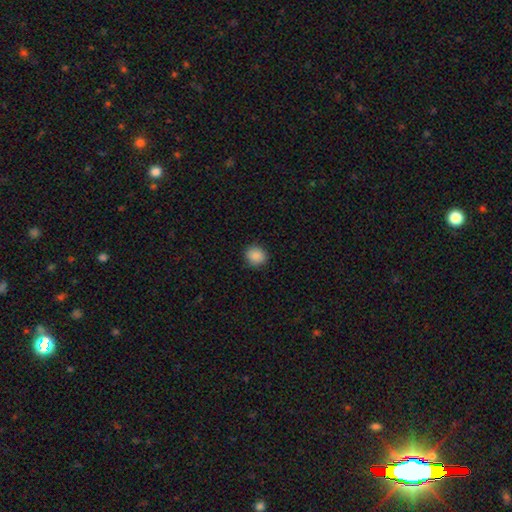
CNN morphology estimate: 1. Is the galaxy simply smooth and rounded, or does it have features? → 89% smooth, 9% star or artifact, 3% featured or disk.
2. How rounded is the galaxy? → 80% round, 19% in between, 1% cigar-shaped.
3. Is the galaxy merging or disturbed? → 90% none, 7% minor disturbance, 2% major disturbance, 1% merger.